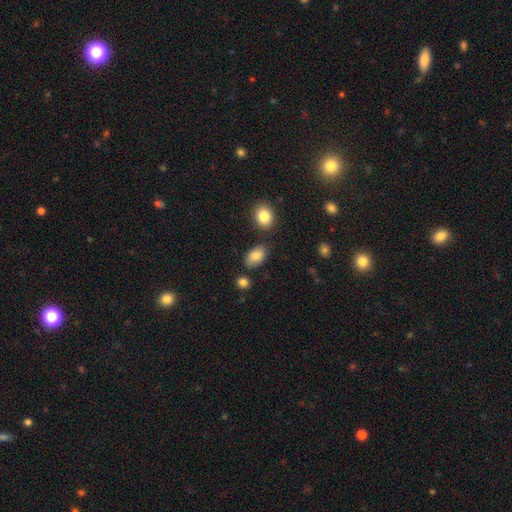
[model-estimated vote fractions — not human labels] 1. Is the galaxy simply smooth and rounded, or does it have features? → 84% smooth, 8% star or artifact, 8% featured or disk.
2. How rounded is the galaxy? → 91% in between, 7% round, 2% cigar-shaped.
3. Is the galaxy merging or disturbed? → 77% none, 14% minor disturbance, 5% merger, 3% major disturbance.